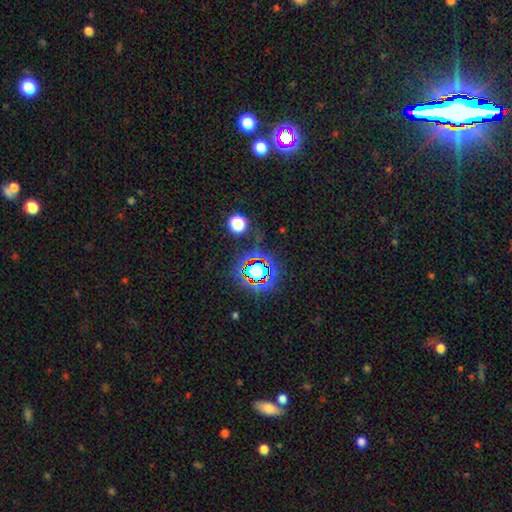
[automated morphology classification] Overall: star or artifact (77%).